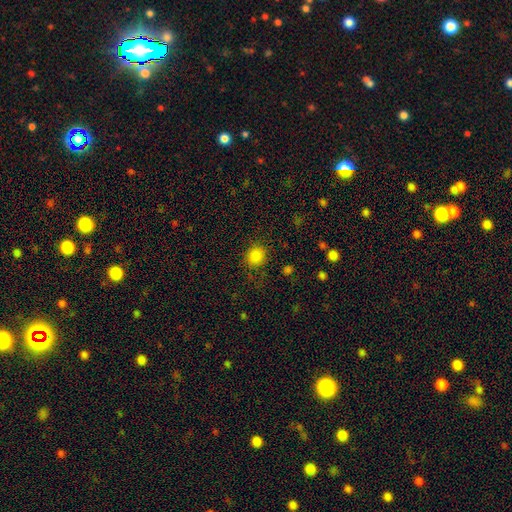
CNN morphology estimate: Smooth or featured: smooth — 84% (star or artifact — 12%)
How rounded: round — 78% (in between — 21%)
Merging: none — 80% (minor disturbance — 13%)